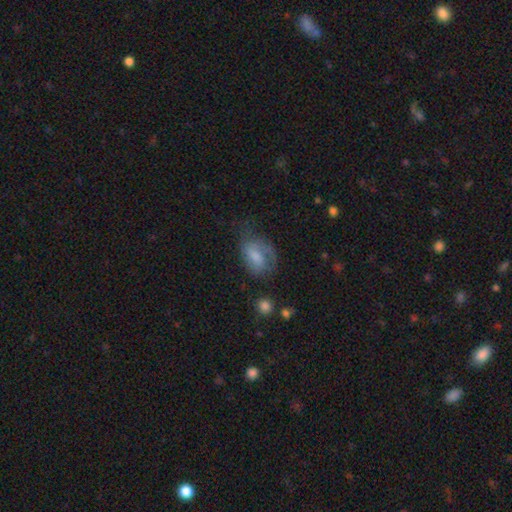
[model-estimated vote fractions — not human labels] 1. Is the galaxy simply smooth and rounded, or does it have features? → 47% featured or disk, 45% smooth, 8% star or artifact.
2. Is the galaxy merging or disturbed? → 42% none, 28% minor disturbance, 27% major disturbance, 3% merger.